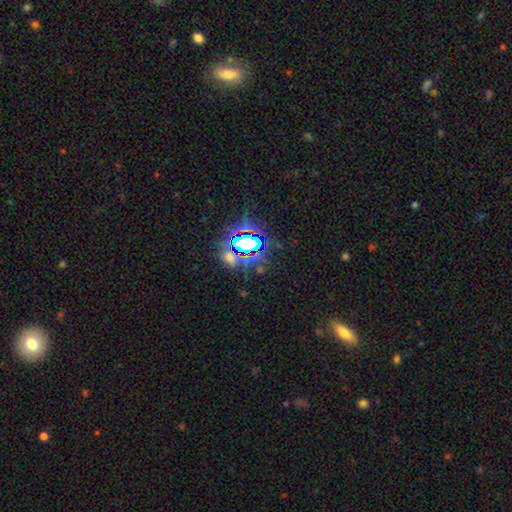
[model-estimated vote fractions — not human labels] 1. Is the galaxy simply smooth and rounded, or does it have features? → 76% star or artifact, 15% smooth, 9% featured or disk.